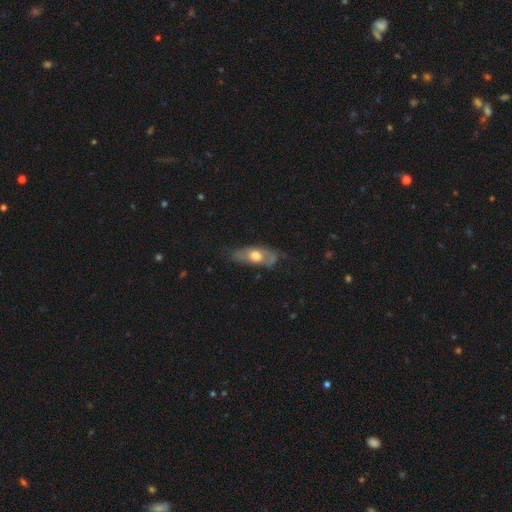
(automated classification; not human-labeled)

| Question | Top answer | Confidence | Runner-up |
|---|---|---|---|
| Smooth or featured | featured or disk | 49% | smooth (45%) |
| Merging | none | 57% | minor disturbance (28%) |